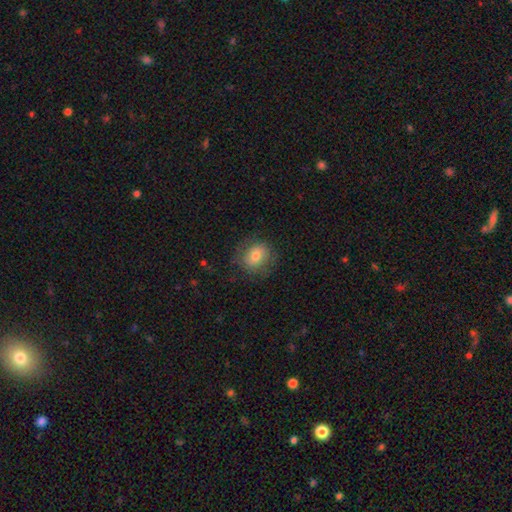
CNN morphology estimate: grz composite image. It shows a smooth galaxy with no disk features (67%) that is round (62%). Merging: none (76%).